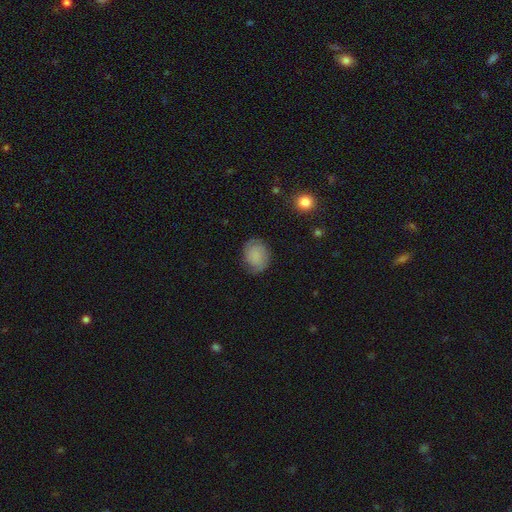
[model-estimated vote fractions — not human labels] smooth-or-featured: smooth: 65% | featured or disk: 26% | star or artifact: 9%
  how-rounded: in between: 50% | round: 49% | cigar-shaped: 1%
  merging: none: 71% | minor disturbance: 21% | major disturbance: 7% | merger: 1%